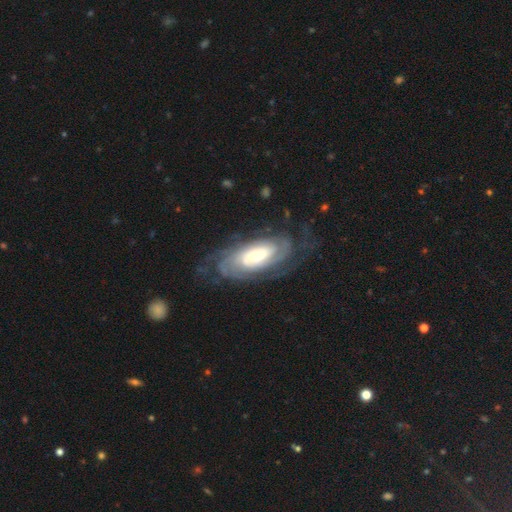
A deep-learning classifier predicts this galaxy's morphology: Q: Smooth or featured?
A: featured or disk (83%); runner-up: smooth (12%)
Q: Edge-on disk?
A: no (92%); runner-up: yes (8%)
Q: Bar?
A: no (50%); runner-up: weak (32%)
Q: Spiral arms?
A: yes (96%); runner-up: no (4%)
Q: Spiral winding?
A: tight (67%); runner-up: medium (26%)
Q: Spiral arm count?
A: can't tell (35%); runner-up: 2 (29%)
Q: Bulge size?
A: large (38%); runner-up: moderate (36%)
Q: Merging?
A: none (70%); runner-up: minor disturbance (17%)